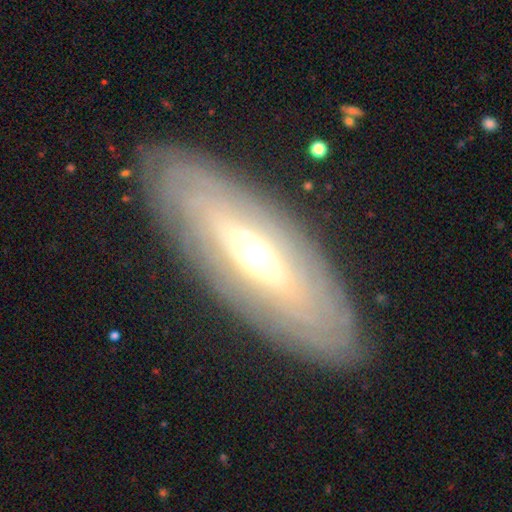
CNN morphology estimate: smooth-or-featured: featured or disk: 72% | smooth: 21% | star or artifact: 7%
  disk-edge-on: no: 67% | yes: 33%
  merging: none: 84% | minor disturbance: 11% | major disturbance: 4% | merger: 1%